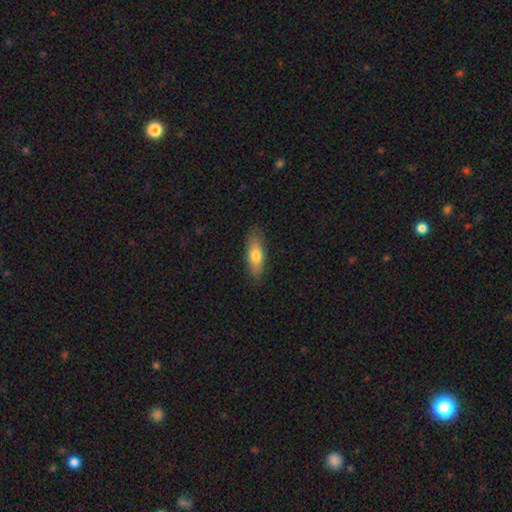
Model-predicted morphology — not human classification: This appears to be a smooth galaxy with no disk features (71%) that is in between round and cigar-shaped (60%). Merging: none (83%).